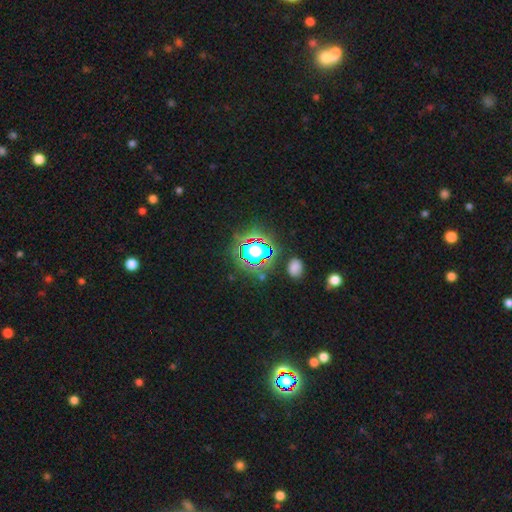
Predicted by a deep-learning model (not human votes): Smooth or featured: star or artifact — 61% (smooth — 26%)